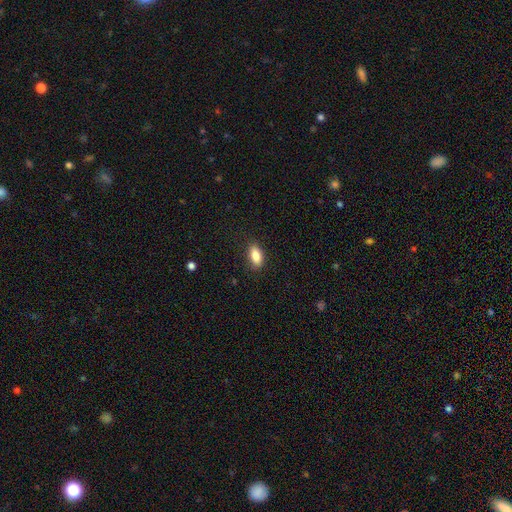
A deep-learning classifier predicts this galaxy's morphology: This appears to be a smooth galaxy with no disk features (84%) that is in between round and cigar-shaped (86%). Merging: none (84%).